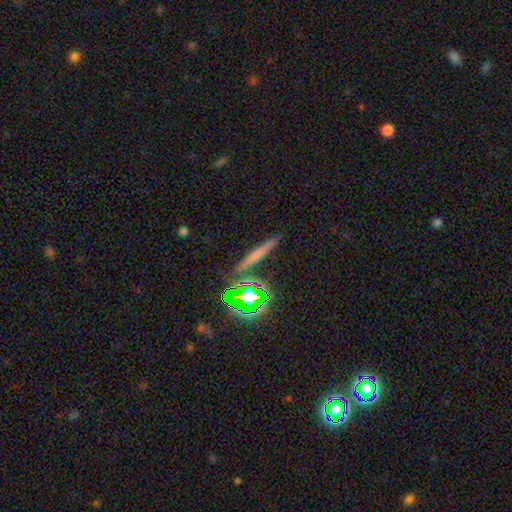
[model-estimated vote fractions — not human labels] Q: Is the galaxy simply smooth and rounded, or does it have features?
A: smooth — 50%.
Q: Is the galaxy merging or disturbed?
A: none — 85%.